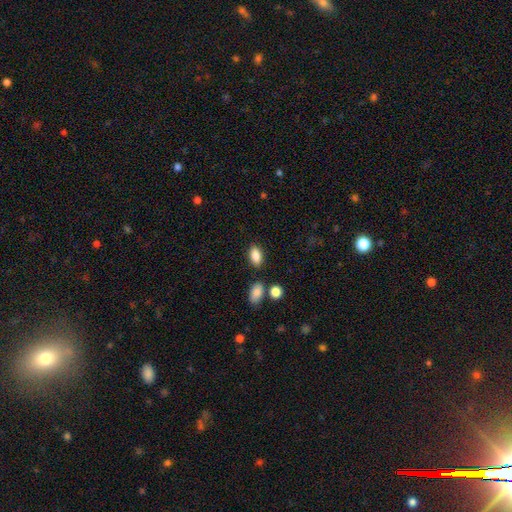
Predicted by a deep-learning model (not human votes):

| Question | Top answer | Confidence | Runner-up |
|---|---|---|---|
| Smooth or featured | smooth | 87% | star or artifact (8%) |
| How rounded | in between | 90% | round (6%) |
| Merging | none | 82% | minor disturbance (10%) |